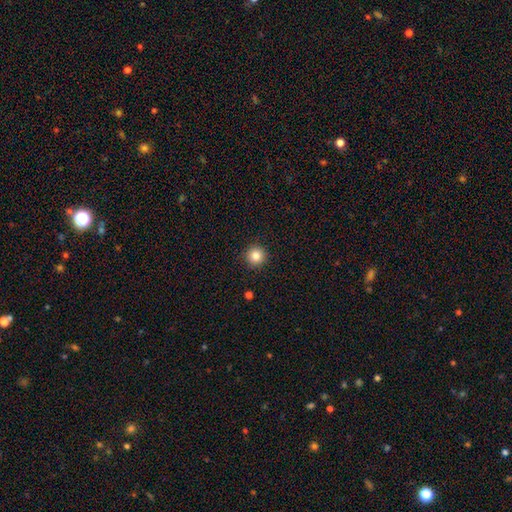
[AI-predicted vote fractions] Smooth or featured?
  - smooth: 85% *
  - star or artifact: 11%
  - featured or disk: 5%
How rounded?
  - round: 96% *
  - in between: 3%
  - cigar-shaped: 1%
Merging?
  - none: 92% *
  - minor disturbance: 5%
  - major disturbance: 2%
  - merger: 1%